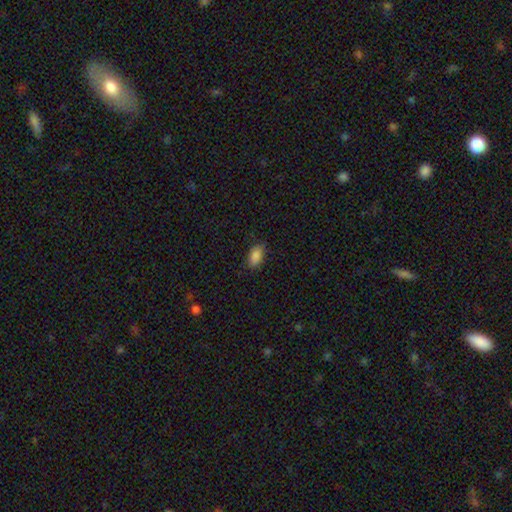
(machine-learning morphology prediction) type=smooth (87%); roundness=in between (92%); merging=none (82%).